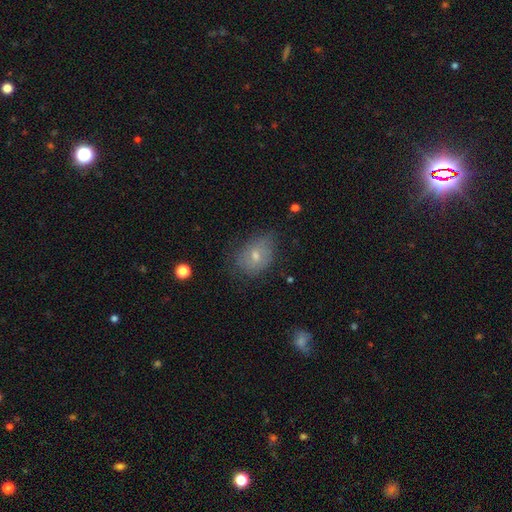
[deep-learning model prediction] Overall: smooth (55%; featured or disk 32%). How rounded: in between (64%; round 35%). Merging: none (58%; minor disturbance 29%).